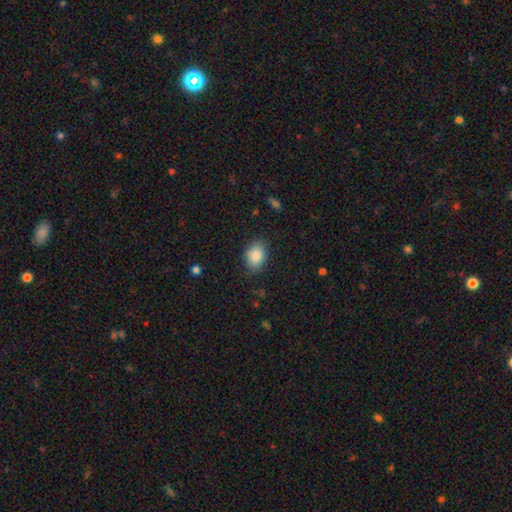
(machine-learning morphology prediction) Smooth or featured: smooth — 87% (star or artifact — 8%)
How rounded: in between — 76% (round — 23%)
Merging: none — 80% (minor disturbance — 15%)